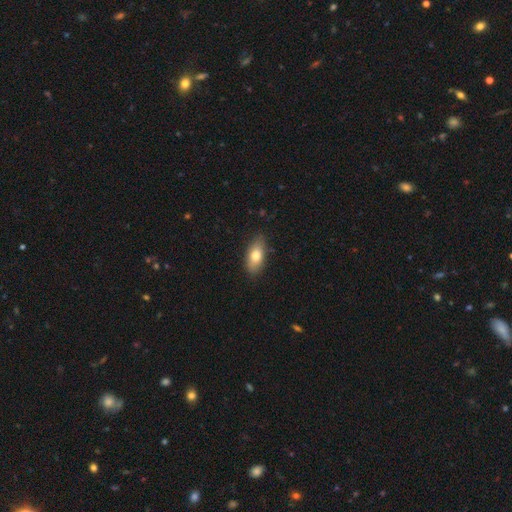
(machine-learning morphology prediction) This is likely a smooth galaxy (75%). How rounded: clearly in between (87%). Merging: clearly none (82%).